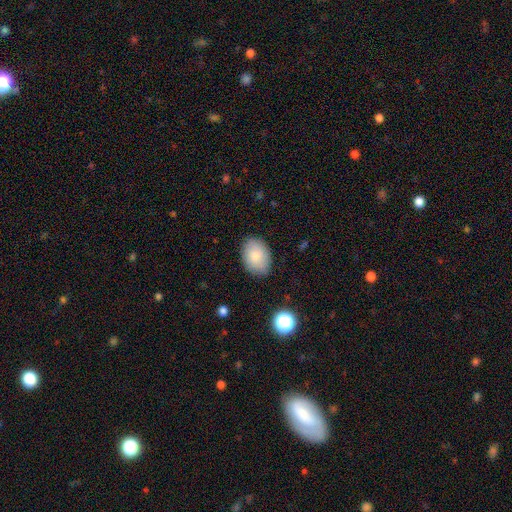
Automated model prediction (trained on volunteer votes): This is clearly a smooth galaxy (80%). How rounded: likely in between (77%). Merging: clearly none (83%).